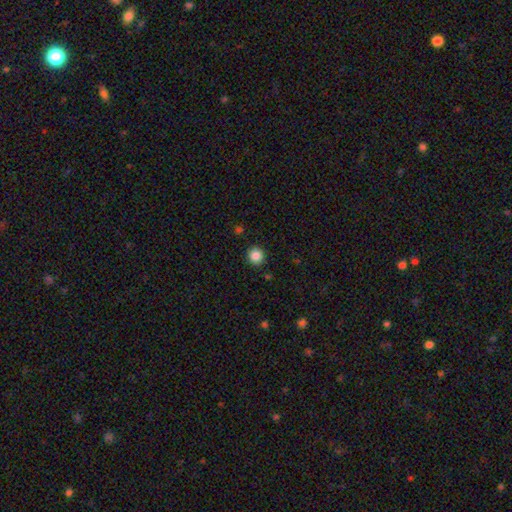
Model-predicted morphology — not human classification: smooth_or_featured: smooth (p=0.86) [alt: star or artifact p=0.10]
how_rounded: round (p=0.94) [alt: in between p=0.05]
merging: none (p=0.92) [alt: minor disturbance p=0.05]